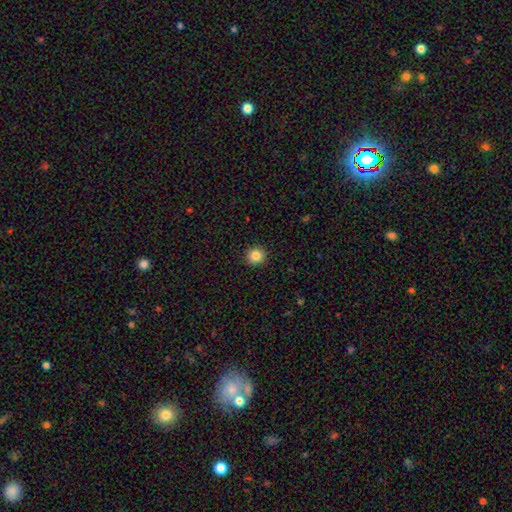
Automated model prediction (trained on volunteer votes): Smooth or featured?
  - smooth: 85% *
  - star or artifact: 10%
  - featured or disk: 5%
How rounded?
  - round: 92% *
  - in between: 7%
  - cigar-shaped: 1%
Merging?
  - none: 93% *
  - minor disturbance: 5%
  - major disturbance: 2%
  - merger: 1%